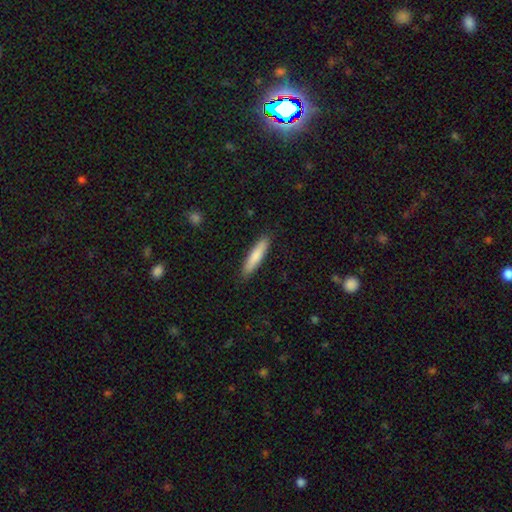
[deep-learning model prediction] Smooth or featured?
  - smooth: 80% *
  - featured or disk: 15%
  - star or artifact: 5%
How rounded?
  - cigar-shaped: 85% *
  - in between: 13%
  - round: 1%
Merging?
  - none: 89% *
  - minor disturbance: 8%
  - major disturbance: 2%
  - merger: 1%